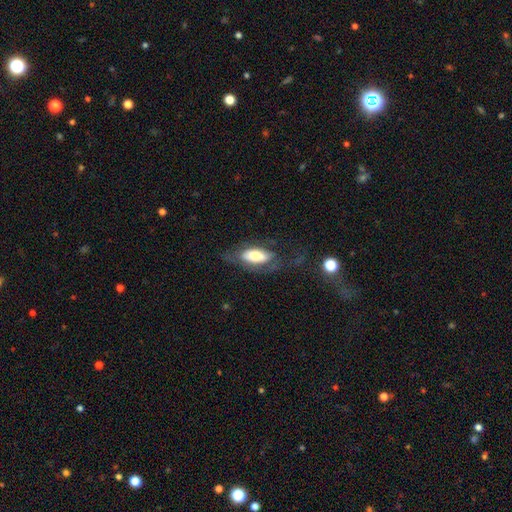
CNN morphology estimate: Q: Smooth or featured?
A: smooth (52%); runner-up: featured or disk (42%)
Q: How rounded?
A: in between (85%); runner-up: cigar-shaped (12%)
Q: Merging?
A: none (51%); runner-up: major disturbance (26%)